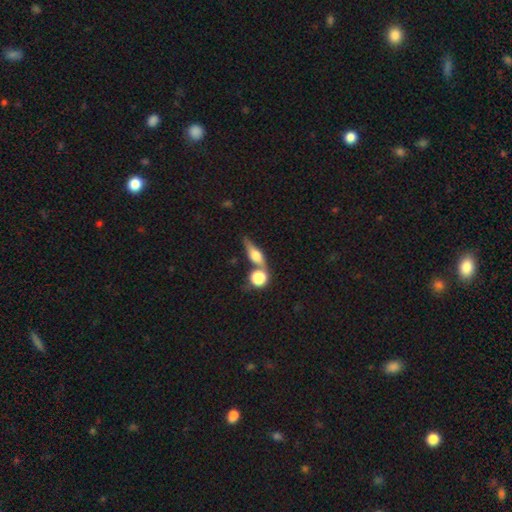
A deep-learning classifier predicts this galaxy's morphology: Smooth or featured? Predicted: featured or disk (p=0.47). Merging? Predicted: none (p=0.53).